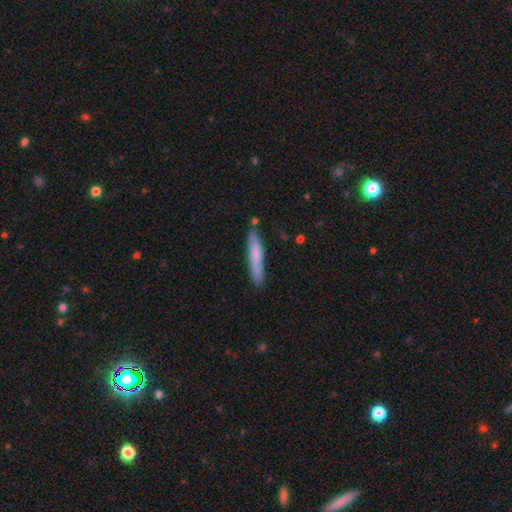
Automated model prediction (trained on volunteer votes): Smooth or featured? Predicted: smooth (p=0.71). How rounded? Predicted: cigar-shaped (p=0.92). Merging? Predicted: none (p=0.79).